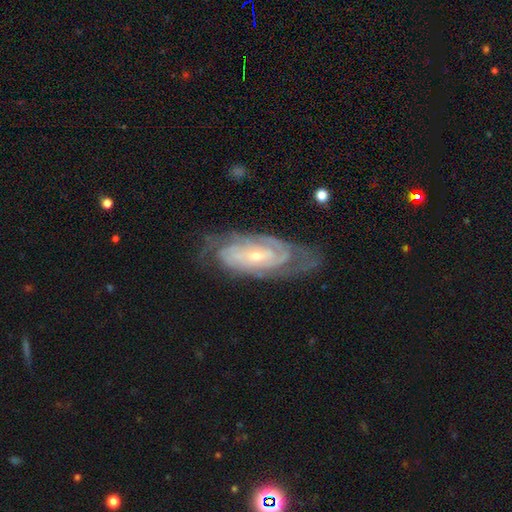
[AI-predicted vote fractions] smooth_or_featured: featured or disk (p=0.86) [alt: smooth p=0.09]
disk_edge_on: no (p=0.93) [alt: yes p=0.07]
bar: no (p=0.57) [alt: weak p=0.30]
has_spiral_arms: yes (p=0.96) [alt: no p=0.04]
spiral_winding: tight (p=0.70) [alt: medium p=0.25]
spiral_arm_count: 2 (p=0.41) [alt: can't tell p=0.29]
bulge_size: small (p=0.74) [alt: moderate p=0.22]
merging: none (p=0.70) [alt: minor disturbance p=0.20]